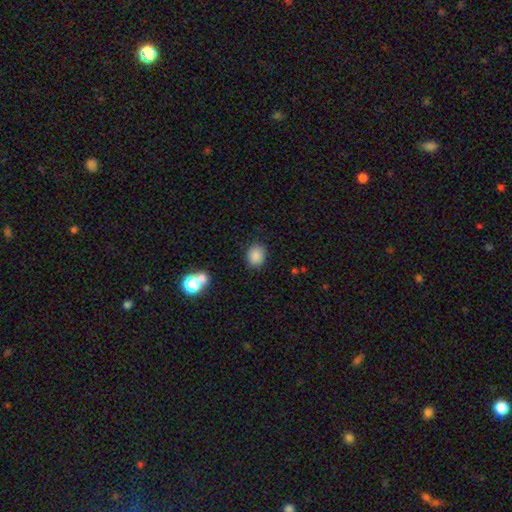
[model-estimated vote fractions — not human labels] Overall: smooth (86%). How rounded: round (59%; in between 40%). Merging: none (83%).